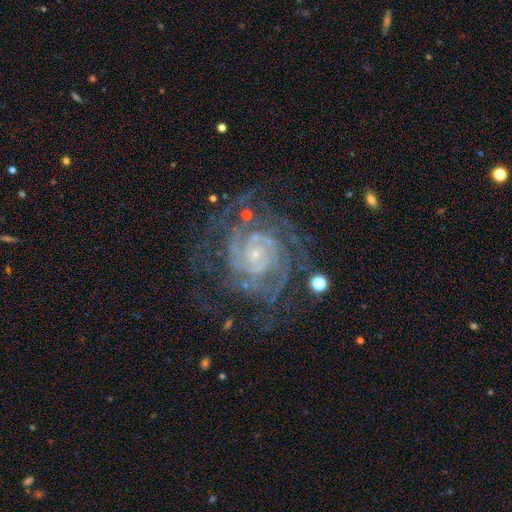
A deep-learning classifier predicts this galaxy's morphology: Q: Smooth or featured?
A: featured or disk (90%); runner-up: star or artifact (6%)
Q: Edge-on disk?
A: no (98%); runner-up: yes (2%)
Q: Bar?
A: no (71%); runner-up: weak (21%)
Q: Spiral arms?
A: yes (98%); runner-up: no (2%)
Q: Spiral winding?
A: tight (75%); runner-up: medium (22%)
Q: Spiral arm count?
A: 2 (31%); runner-up: can't tell (20%)
Q: Bulge size?
A: small (84%); runner-up: moderate (9%)
Q: Merging?
A: none (68%); runner-up: minor disturbance (18%)